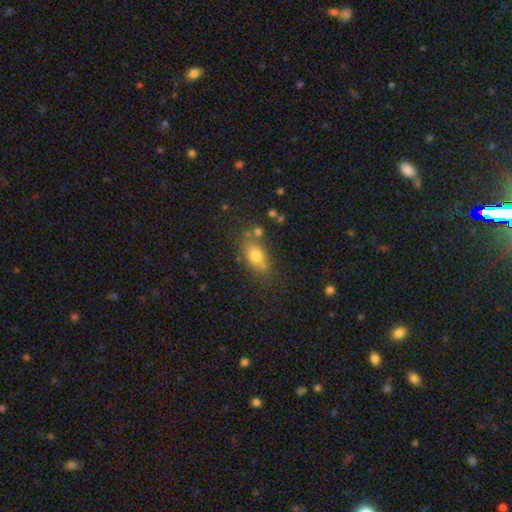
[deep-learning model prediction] The model was most divided on "merging": none: 65%, minor disturbance: 19%, merger: 10%, major disturbance: 6%. More confident: how rounded — in between (74%); smooth or featured — smooth (74%).